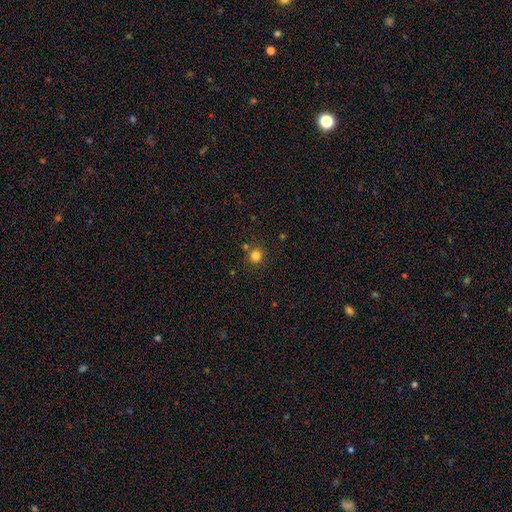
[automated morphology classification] Q: Smooth or featured?
A: smooth (81%); runner-up: star or artifact (14%)
Q: How rounded?
A: round (92%); runner-up: in between (7%)
Q: Merging?
A: none (80%); runner-up: merger (9%)